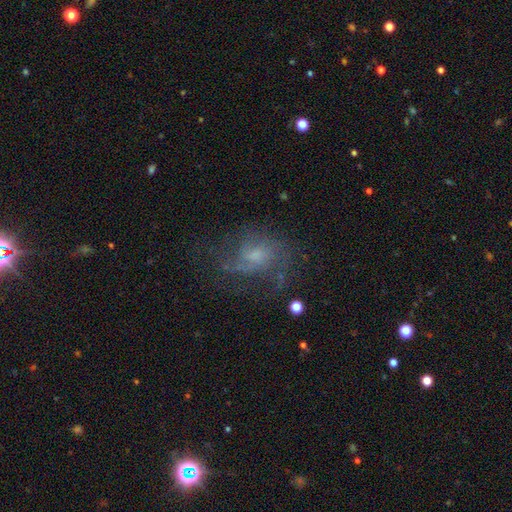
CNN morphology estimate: Smooth or featured: featured or disk — 64% (smooth — 23%)
Edge-on disk: no — 97% (yes — 3%)
Bar: no — 64% (weak — 32%)
Spiral arms: yes — 79% (no — 21%)
Bulge size: small — 44% (moderate — 34%)
Merging: none — 53% (major disturbance — 24%)